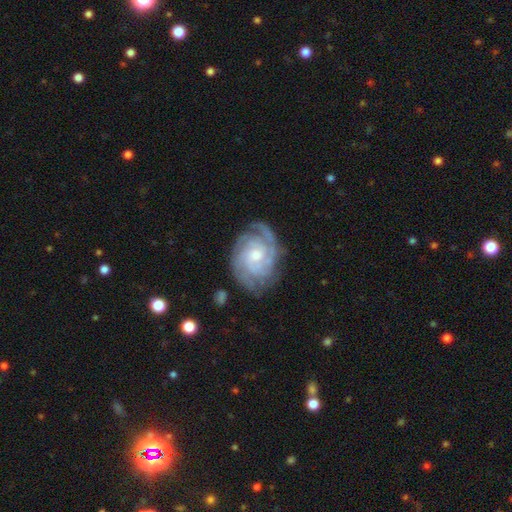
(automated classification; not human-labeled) smooth-or-featured: featured or disk: 89% | smooth: 7% | star or artifact: 5%
  disk-edge-on: no: 98% | yes: 2%
    bar: no: 70% | weak: 26% | strong: 4%
    has-spiral-arms: yes: 97% | no: 3%
      spiral-winding: tight: 69% | medium: 27% | loose: 5%
      spiral-arm-count: 3: 28% | can't tell: 25% | 4: 19% | 2: 15% | more than 4: 7% | 1: 6%
    bulge-size: small: 48% | moderate: 46% | large: 3% | none: 2% | dominant: 1%
  merging: none: 75% | minor disturbance: 17% | major disturbance: 6% | merger: 1%